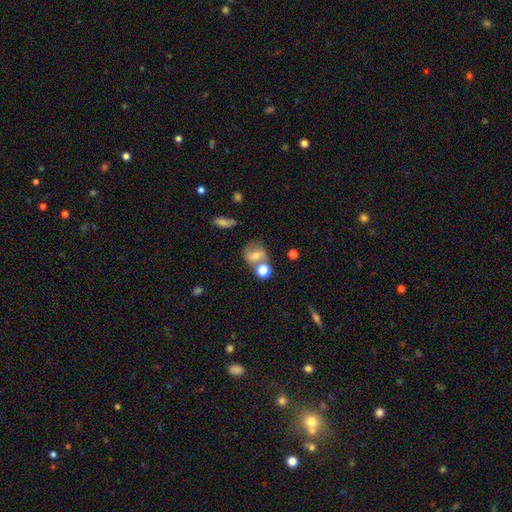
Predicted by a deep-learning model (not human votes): This appears to be a smooth galaxy with no disk features (60%) that is round (59%). Merging: none (50%).